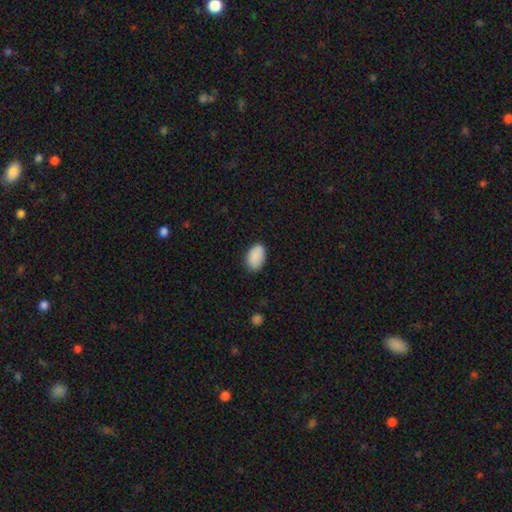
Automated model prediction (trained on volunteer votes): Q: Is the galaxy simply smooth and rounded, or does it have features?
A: smooth — 89%.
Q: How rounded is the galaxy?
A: in between — 91%.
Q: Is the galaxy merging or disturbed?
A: none — 77%.